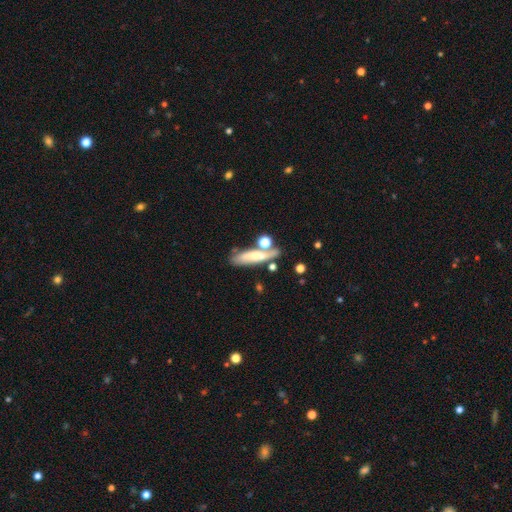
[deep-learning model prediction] A smooth galaxy with no disk features (52%) that is cigar-shaped (63%).

Vote fractions:
- Smooth or featured? smooth: 52% / featured or disk: 38% / star or artifact: 9%
- How rounded? cigar-shaped: 63% / in between: 30% / round: 7%
- Merging? none: 51% / merger: 20% / minor disturbance: 19% / major disturbance: 10%